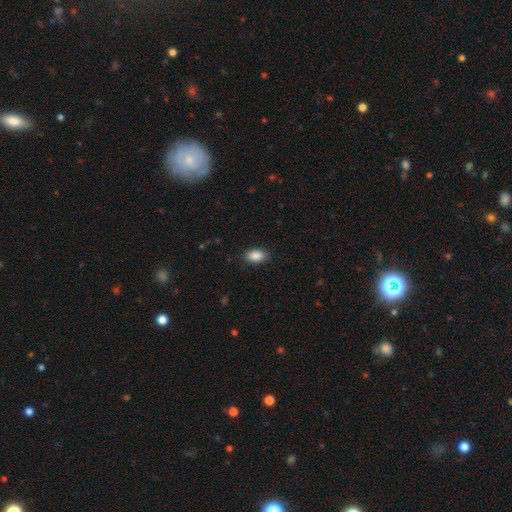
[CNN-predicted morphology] Smooth or featured: smooth — 89% (star or artifact — 8%)
How rounded: in between — 90% (round — 8%)
Merging: none — 87% (minor disturbance — 10%)